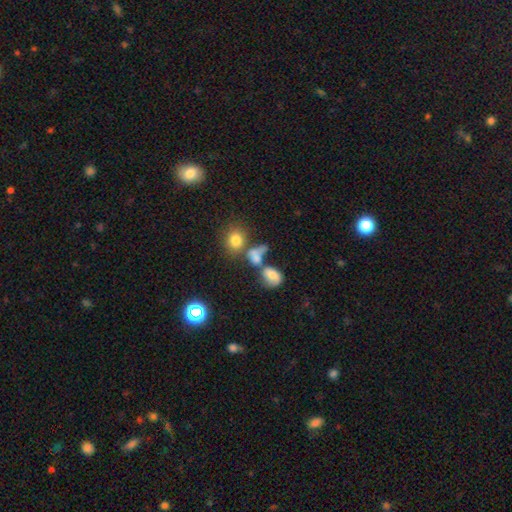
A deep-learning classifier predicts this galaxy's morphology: smooth-or-featured: smooth: 69% | featured or disk: 16% | star or artifact: 15%
  how-rounded: in between: 52% | round: 44% | cigar-shaped: 4%
  merging: merger: 46% | none: 30% | major disturbance: 12% | minor disturbance: 12%